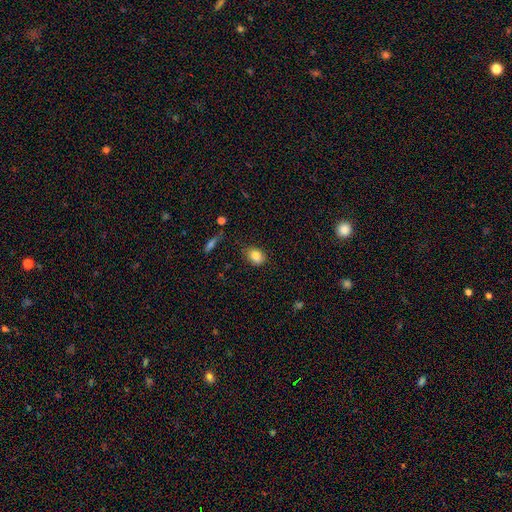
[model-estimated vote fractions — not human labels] Smooth or featured: smooth — 83% (star or artifact — 9%)
How rounded: in between — 68% (round — 31%)
Merging: none — 77% (minor disturbance — 17%)